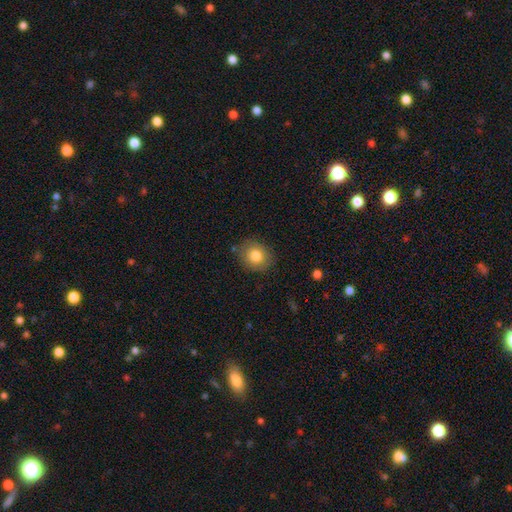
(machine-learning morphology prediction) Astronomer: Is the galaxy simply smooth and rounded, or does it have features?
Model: smooth — 81%.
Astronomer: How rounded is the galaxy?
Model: round — 65%.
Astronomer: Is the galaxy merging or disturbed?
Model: none — 84%.